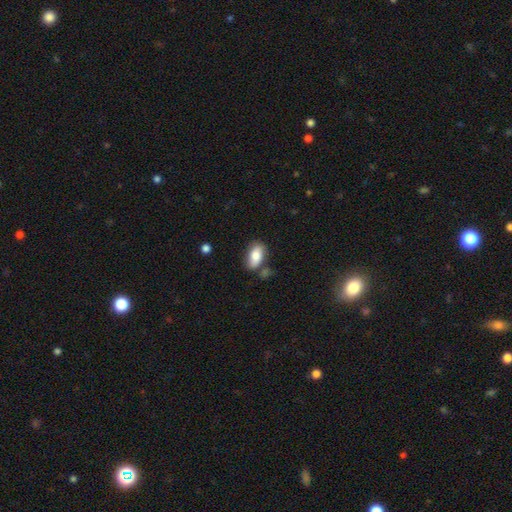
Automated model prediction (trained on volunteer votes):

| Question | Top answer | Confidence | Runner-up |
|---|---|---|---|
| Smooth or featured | smooth | 82% | featured or disk (11%) |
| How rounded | in between | 90% | cigar-shaped (5%) |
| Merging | none | 65% | minor disturbance (19%) |